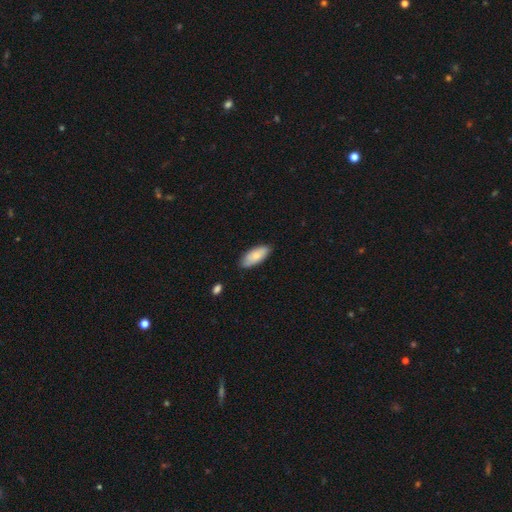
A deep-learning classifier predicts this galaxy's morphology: This is likely a smooth galaxy (77%). How rounded: clearly in between (84%). Merging: clearly none (84%).